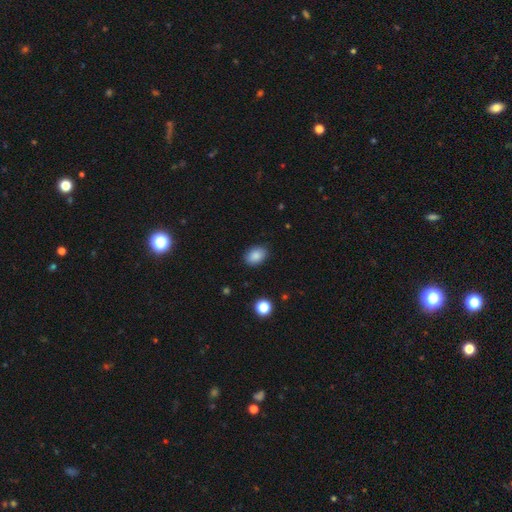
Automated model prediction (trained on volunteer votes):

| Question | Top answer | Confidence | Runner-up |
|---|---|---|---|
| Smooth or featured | smooth | 87% | star or artifact (9%) |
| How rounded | in between | 77% | round (22%) |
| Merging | none | 87% | minor disturbance (10%) |